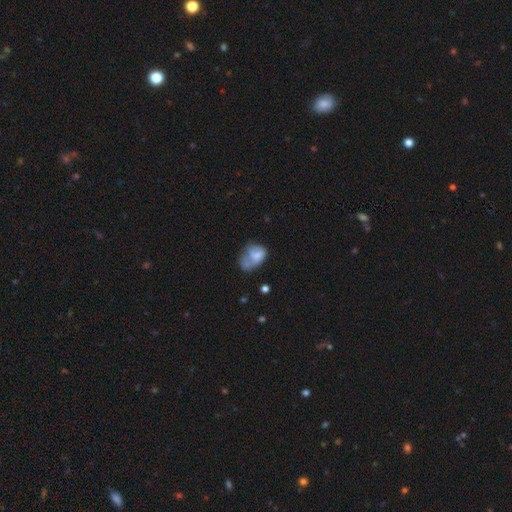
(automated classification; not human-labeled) smooth_or_featured: smooth (p=0.60) [alt: featured or disk p=0.30]
how_rounded: in between (p=0.72) [alt: round p=0.27]
merging: merger (p=0.27) [alt: major disturbance p=0.25]